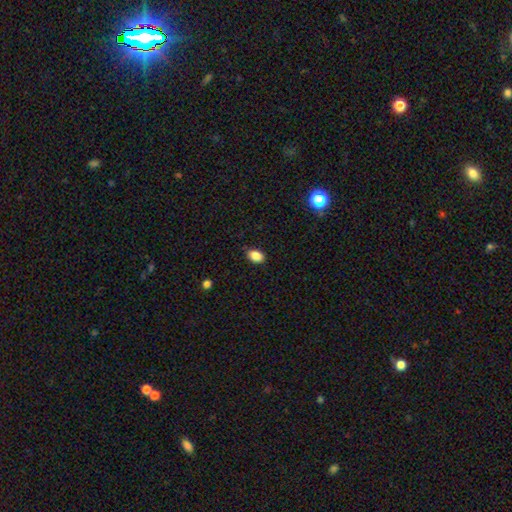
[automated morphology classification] Smooth or featured?
  - smooth: 87% *
  - star or artifact: 9%
  - featured or disk: 4%
How rounded?
  - in between: 83% *
  - round: 16%
  - cigar-shaped: 1%
Merging?
  - none: 85% *
  - minor disturbance: 12%
  - major disturbance: 2%
  - merger: 1%